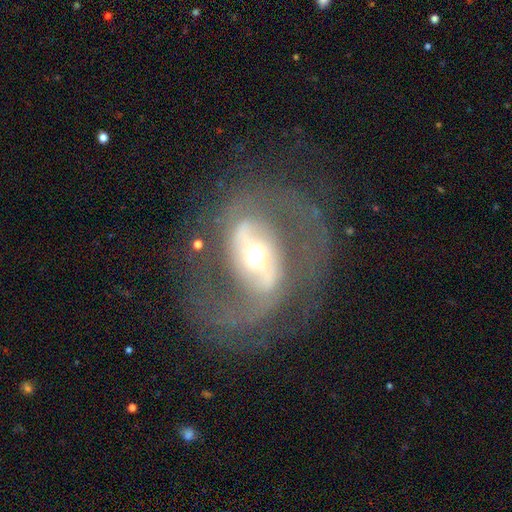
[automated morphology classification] Smooth or featured: featured or disk — 85% (smooth — 9%)
Edge-on disk: no — 95% (yes — 5%)
Bar: strong — 52% (weak — 30%)
Spiral arms: yes — 85% (no — 15%)
Spiral winding: medium — 52% (loose — 29%)
Spiral arm count: 2 — 88% (can't tell — 6%)
Bulge size: moderate — 62% (small — 19%)
Merging: none — 73% (major disturbance — 14%)